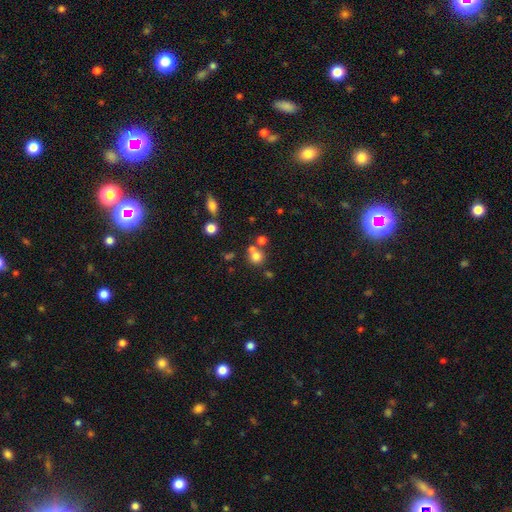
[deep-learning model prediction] smooth-or-featured: smooth: 73% | star or artifact: 16% | featured or disk: 11%
  how-rounded: round: 88% | in between: 11% | cigar-shaped: 1%
  merging: none: 58% | merger: 30% | minor disturbance: 8% | major disturbance: 4%